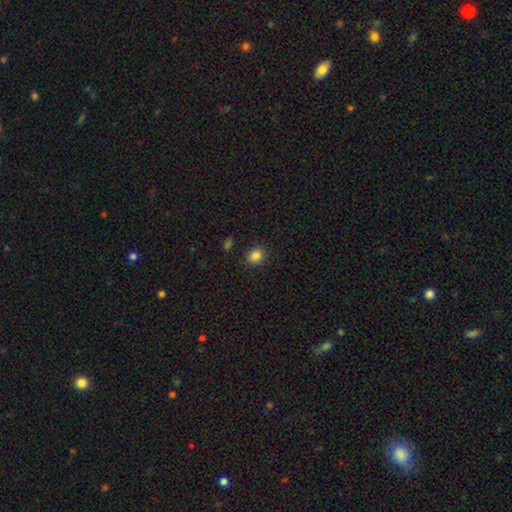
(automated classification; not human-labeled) smooth 85%, star or artifact 11%, featured or disk 4%. Down the decision tree: how rounded — round (72%); merging — none (88%).